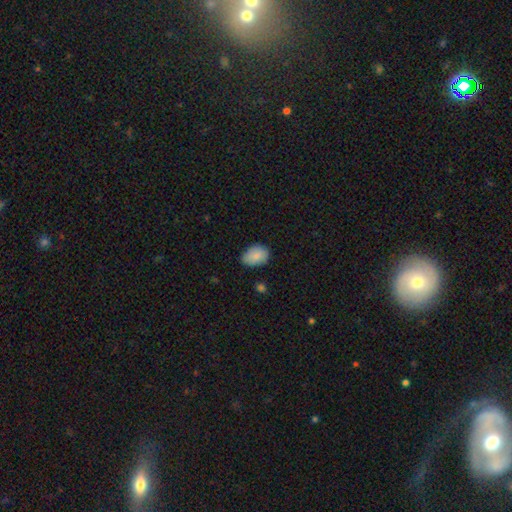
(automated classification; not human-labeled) A smooth galaxy with no disk features (87%) that is in between round and cigar-shaped (79%).

Vote fractions:
- Smooth or featured? smooth: 87% / star or artifact: 7% / featured or disk: 6%
- How rounded? in between: 79% / round: 20% / cigar-shaped: 1%
- Merging? none: 75% / minor disturbance: 21% / major disturbance: 3% / merger: 2%